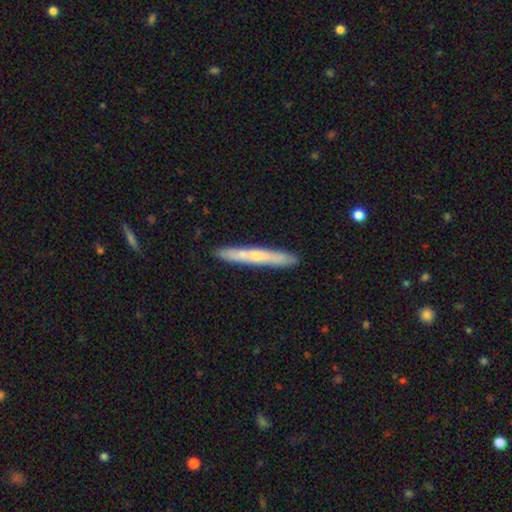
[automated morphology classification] featured or disk 49%, smooth 45%, star or artifact 6%. Down the decision tree: merging — none (85%).